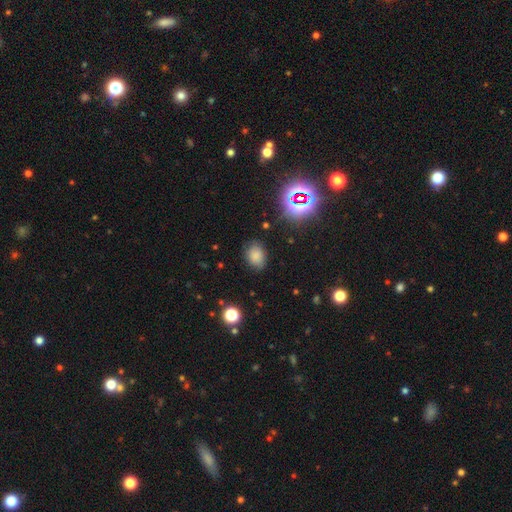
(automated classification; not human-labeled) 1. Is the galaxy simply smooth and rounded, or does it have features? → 78% smooth, 15% star or artifact, 7% featured or disk.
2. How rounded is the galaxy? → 67% in between, 32% round, 1% cigar-shaped.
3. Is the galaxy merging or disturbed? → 77% none, 17% minor disturbance, 4% major disturbance, 2% merger.